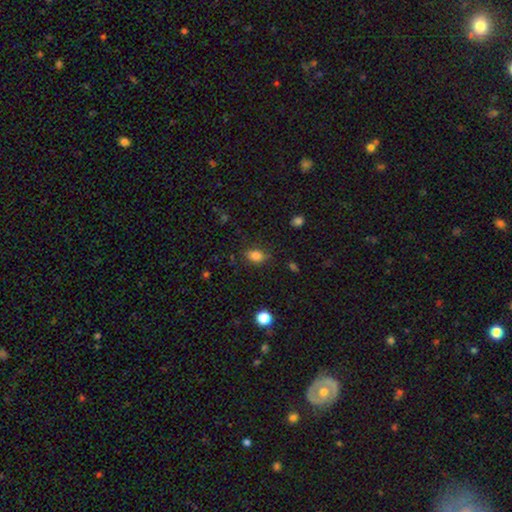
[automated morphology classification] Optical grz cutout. It shows a smooth galaxy with no disk features (82%) that is in between round and cigar-shaped (76%). Merging: none (76%).